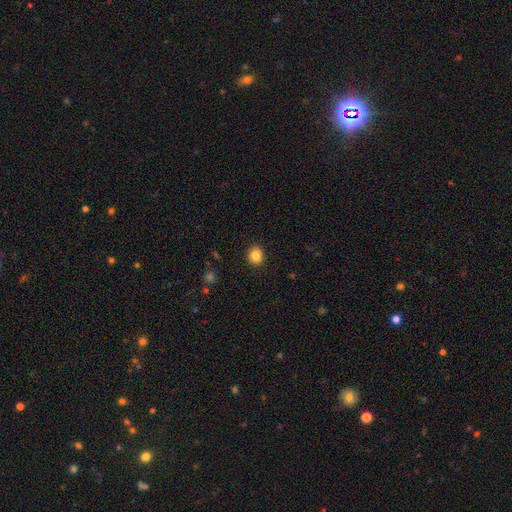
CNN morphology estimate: smooth 83%, star or artifact 10%, featured or disk 7%. Down the decision tree: how rounded — round (77%); merging — none (91%).